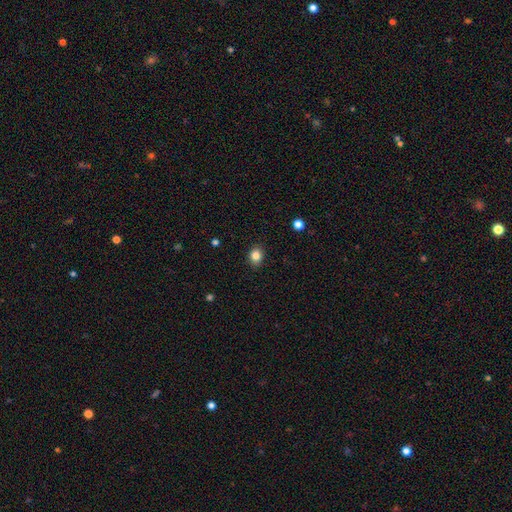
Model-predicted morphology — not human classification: smooth_or_featured: smooth (p=0.84) [alt: star or artifact p=0.11]
how_rounded: round (p=0.55) [alt: in between p=0.44]
merging: none (p=0.88) [alt: minor disturbance p=0.09]